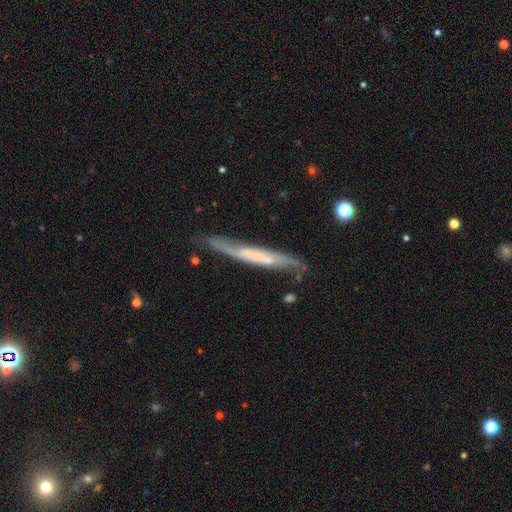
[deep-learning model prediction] A featured or disk galaxy (69%) viewed edge-on (72%). Merging: none (68%).